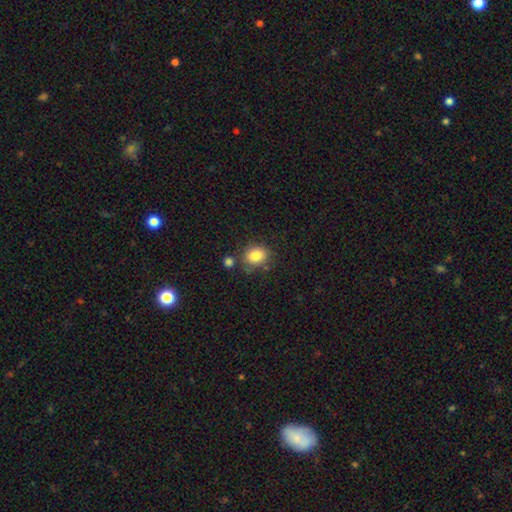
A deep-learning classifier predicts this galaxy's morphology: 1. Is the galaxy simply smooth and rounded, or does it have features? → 82% smooth, 10% star or artifact, 7% featured or disk.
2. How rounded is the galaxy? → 60% round, 39% in between, 1% cigar-shaped.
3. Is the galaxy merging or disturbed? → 72% none, 14% minor disturbance, 10% merger, 4% major disturbance.